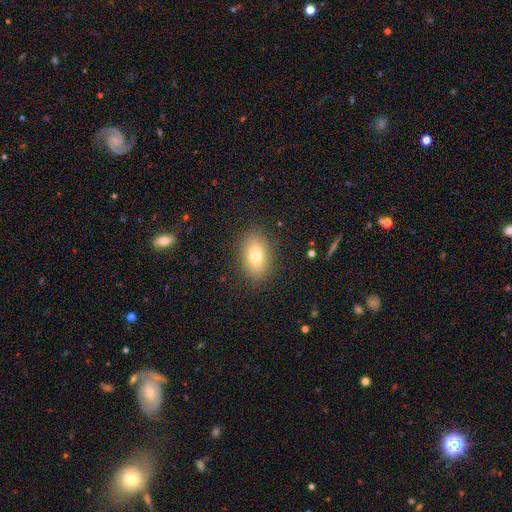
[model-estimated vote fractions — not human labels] This is likely a smooth galaxy (77%). How rounded: clearly in between (87%). Merging: clearly none (87%).